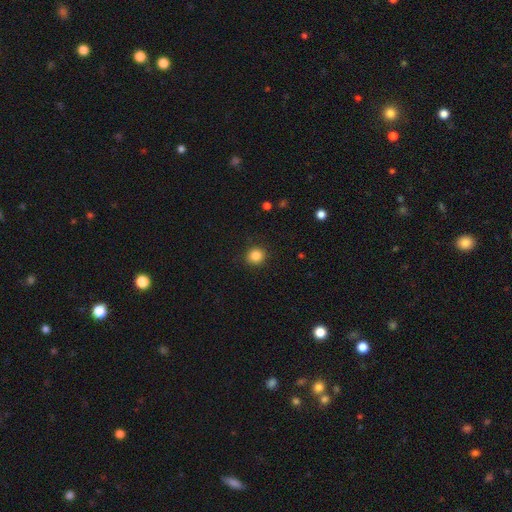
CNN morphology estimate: Smooth or featured? smooth (85%)
How rounded? round (87%)
Merging? none (90%)